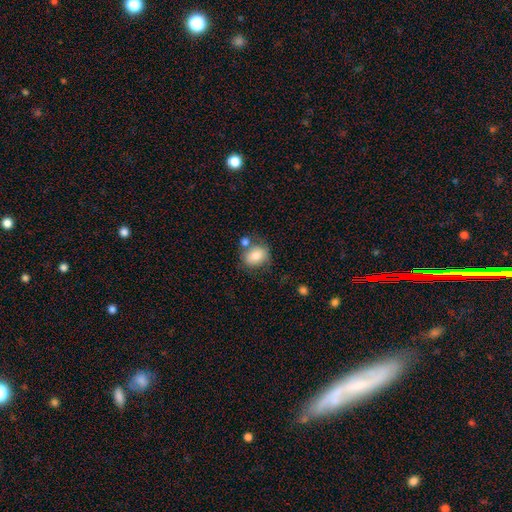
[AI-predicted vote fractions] Smooth or featured? Predicted: smooth (p=0.77). How rounded? Predicted: round (p=0.57). Merging? Predicted: none (p=0.57).